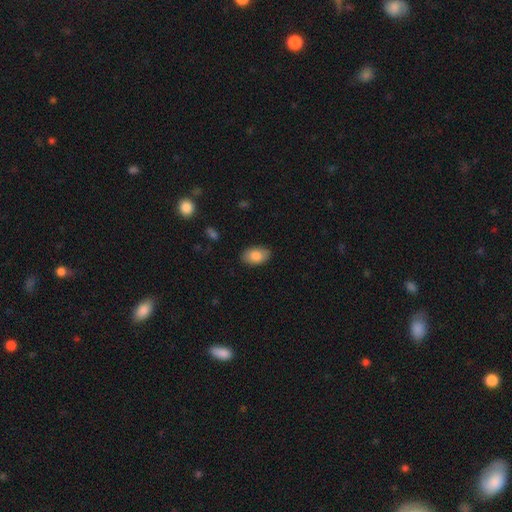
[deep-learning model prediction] smooth_or_featured: smooth (p=0.83) [alt: featured or disk p=0.10]
how_rounded: in between (p=0.91) [alt: round p=0.08]
merging: none (p=0.86) [alt: minor disturbance p=0.10]